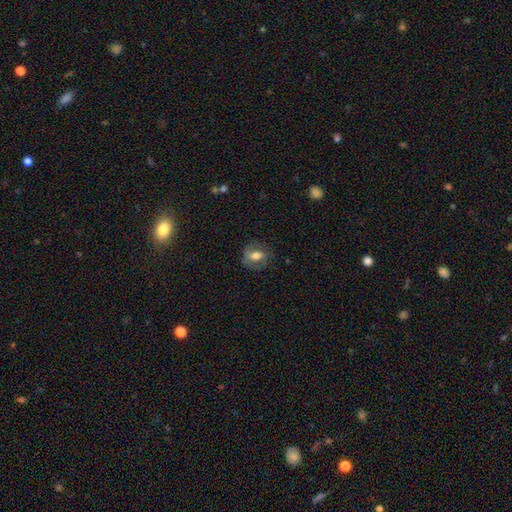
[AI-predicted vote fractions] smooth-or-featured: smooth: 57% | featured or disk: 34% | star or artifact: 9%
  how-rounded: in between: 58% | round: 40% | cigar-shaped: 3%
  merging: none: 74% | minor disturbance: 17% | major disturbance: 8% | merger: 1%